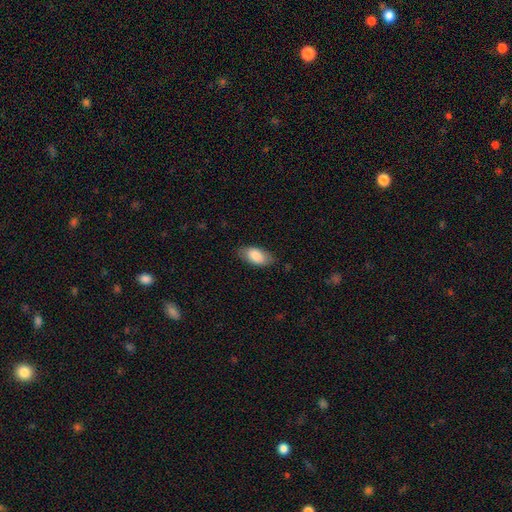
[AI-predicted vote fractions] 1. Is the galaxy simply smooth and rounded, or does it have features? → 85% smooth, 9% featured or disk, 6% star or artifact.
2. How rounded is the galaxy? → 93% in between, 4% cigar-shaped, 3% round.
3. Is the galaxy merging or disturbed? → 78% none, 17% minor disturbance, 4% major disturbance, 1% merger.